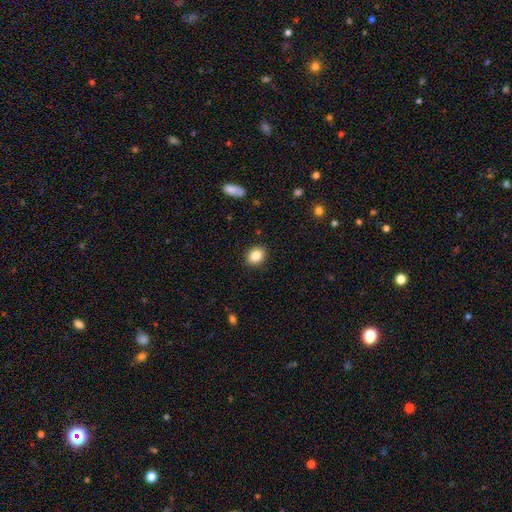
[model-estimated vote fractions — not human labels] This is clearly a smooth galaxy (85%). How rounded: possibly round (50%). Merging: clearly none (90%).